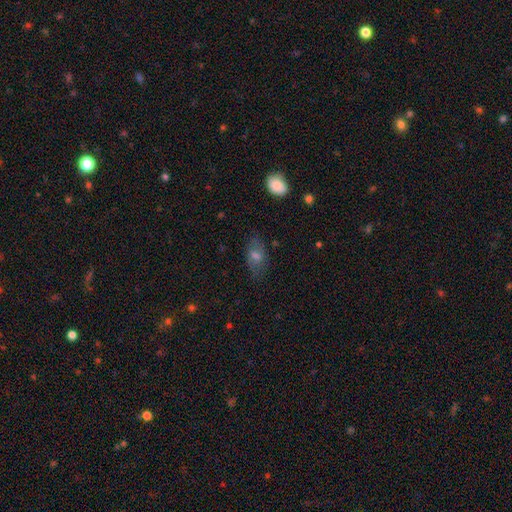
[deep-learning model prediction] smooth_or_featured: smooth (p=0.50) [alt: featured or disk p=0.35]
how_rounded: in between (p=0.82) [alt: round p=0.11]
merging: none (p=0.75) [alt: minor disturbance p=0.18]